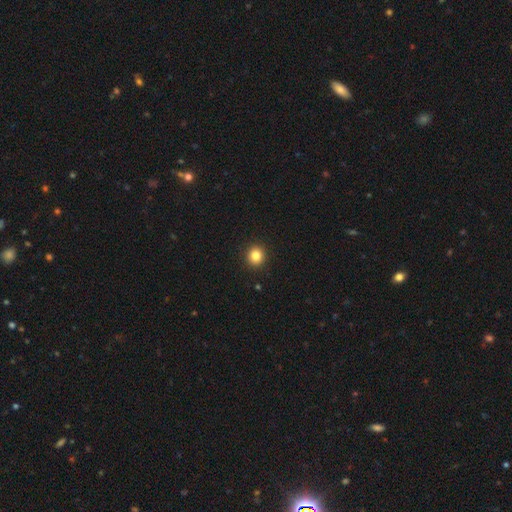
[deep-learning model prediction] Smooth or featured?
  - smooth: 84% *
  - star or artifact: 11%
  - featured or disk: 5%
How rounded?
  - round: 90% *
  - in between: 9%
  - cigar-shaped: 1%
Merging?
  - none: 93% *
  - minor disturbance: 4%
  - major disturbance: 2%
  - merger: 1%